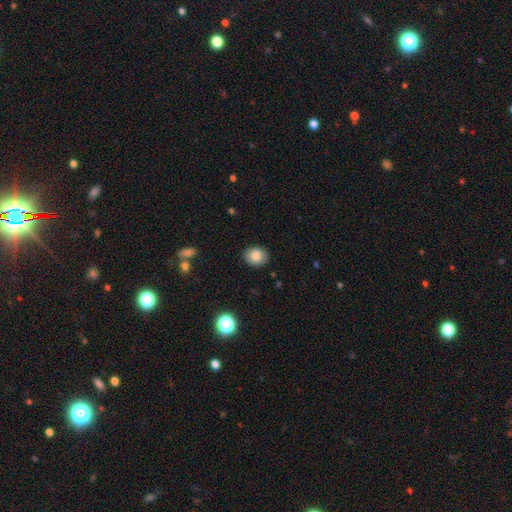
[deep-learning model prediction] The model was most divided on "how rounded": round: 56%, in between: 43%, cigar-shaped: 1%. More confident: merging — none (88%); smooth or featured — smooth (82%).